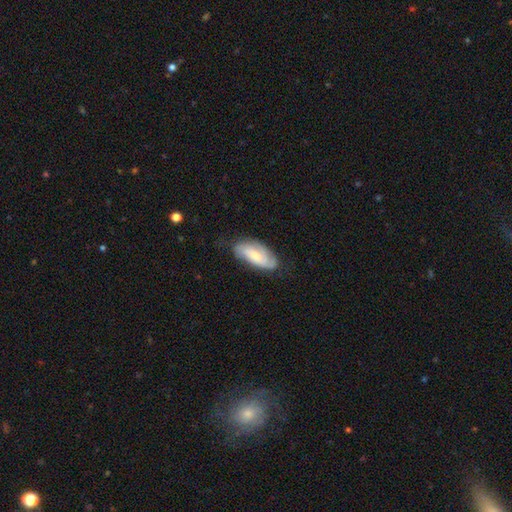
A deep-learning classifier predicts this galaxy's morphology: Q: Smooth or featured?
A: featured or disk (52%); runner-up: smooth (42%)
Q: Edge-on disk?
A: no (91%); runner-up: yes (9%)
Q: Merging?
A: none (69%); runner-up: minor disturbance (24%)